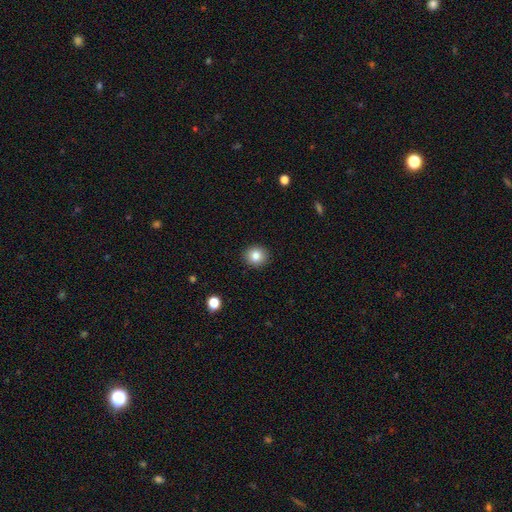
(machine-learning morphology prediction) The model was most divided on "smooth or featured": smooth: 83%, star or artifact: 10%, featured or disk: 7%. More confident: merging — none (92%); how rounded — round (87%).